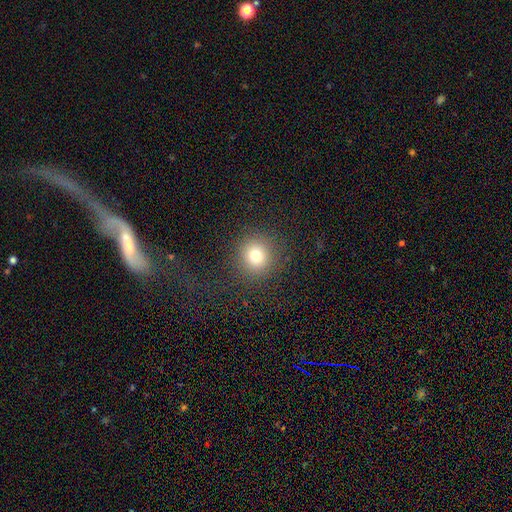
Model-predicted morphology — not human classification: This is likely a smooth galaxy (76%). How rounded: clearly round (93%). Merging: clearly none (89%).